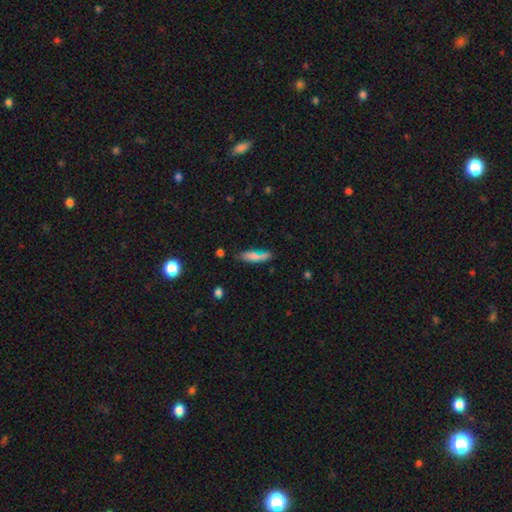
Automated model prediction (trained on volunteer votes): smooth 74%, featured or disk 18%, star or artifact 9%. Down the decision tree: how rounded — cigar-shaped (66%); merging — none (62%).